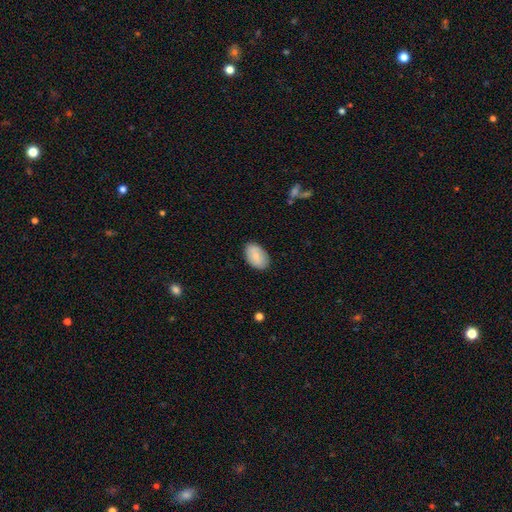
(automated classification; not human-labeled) A smooth galaxy with no disk features (82%) that is in between round and cigar-shaped (92%). Merging: none (85%).